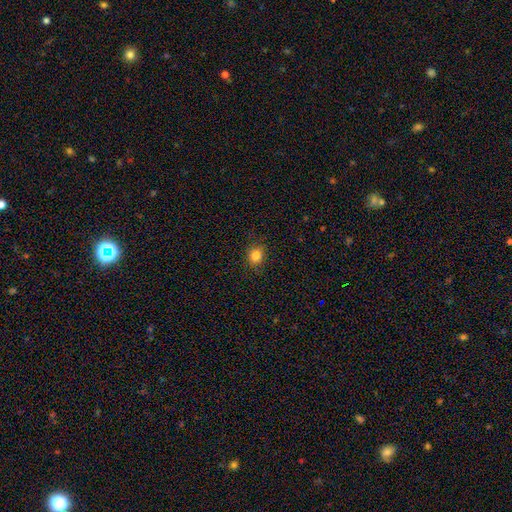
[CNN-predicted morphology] A smooth galaxy with no disk features (83%) that is round (76%).

Vote fractions:
- Smooth or featured? smooth: 83% / star or artifact: 12% / featured or disk: 5%
- How rounded? round: 76% / in between: 23% / cigar-shaped: 1%
- Merging? none: 87% / minor disturbance: 10% / major disturbance: 3% / merger: 1%